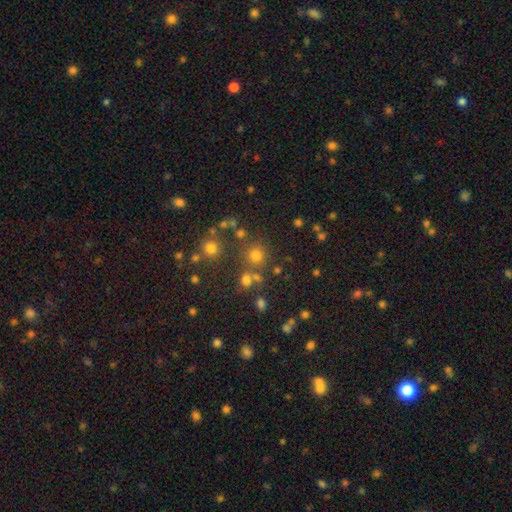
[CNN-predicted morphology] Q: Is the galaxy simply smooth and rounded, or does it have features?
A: smooth — 68%.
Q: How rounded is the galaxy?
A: round — 92%.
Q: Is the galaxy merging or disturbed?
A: none — 77%.